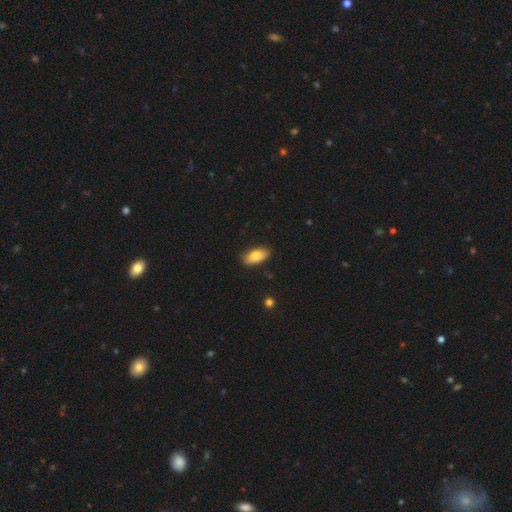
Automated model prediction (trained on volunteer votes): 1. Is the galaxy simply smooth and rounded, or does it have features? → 82% smooth, 11% featured or disk, 7% star or artifact.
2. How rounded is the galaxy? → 90% in between, 7% cigar-shaped, 3% round.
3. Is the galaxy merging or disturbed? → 85% none, 12% minor disturbance, 2% major disturbance, 1% merger.